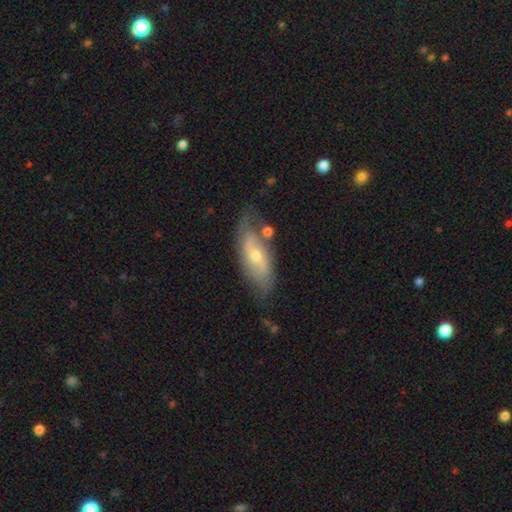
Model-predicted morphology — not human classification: smooth_or_featured: featured or disk (p=0.63) [alt: smooth p=0.30]
disk_edge_on: no (p=0.83) [alt: yes p=0.17]
bar: no (p=0.45) [alt: weak p=0.39]
has_spiral_arms: yes (p=0.71) [alt: no p=0.29]
bulge_size: moderate (p=0.50) [alt: small p=0.46]
merging: none (p=0.64) [alt: minor disturbance p=0.22]